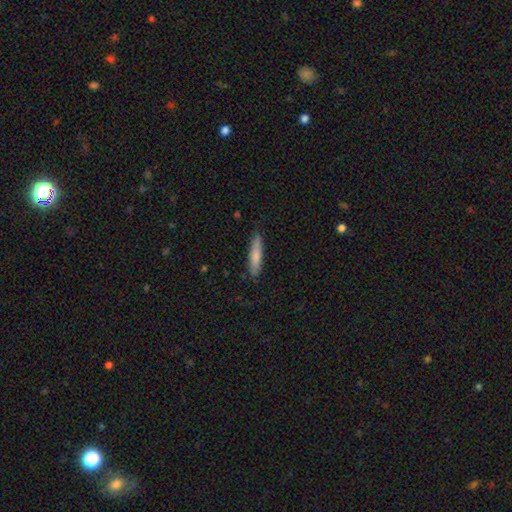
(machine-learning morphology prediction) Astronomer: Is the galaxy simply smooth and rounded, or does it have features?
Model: smooth — 77%.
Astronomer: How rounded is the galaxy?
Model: cigar-shaped — 84%.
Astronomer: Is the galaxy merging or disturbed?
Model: none — 86%.